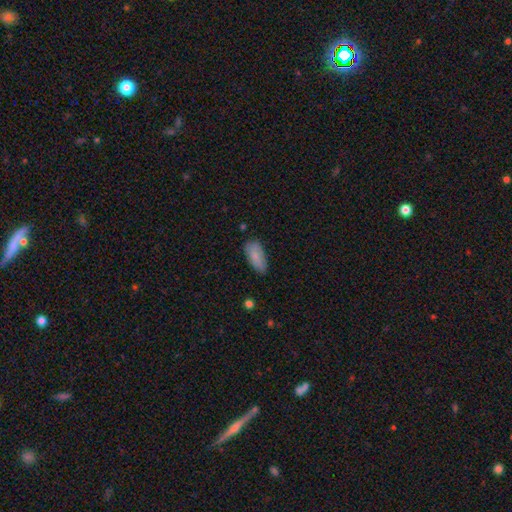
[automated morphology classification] type=smooth (83%); roundness=in between (88%); merging=none (69%).